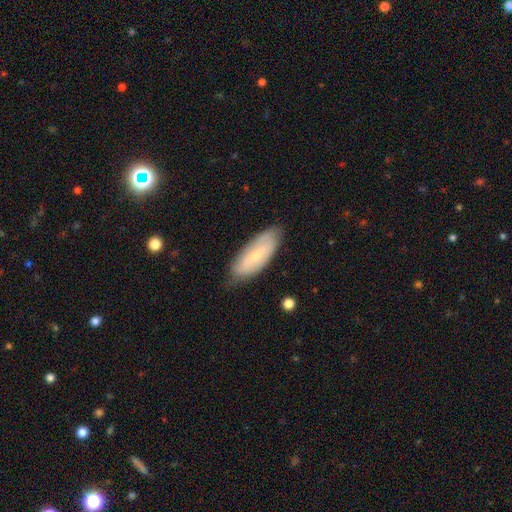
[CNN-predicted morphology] smooth-or-featured: smooth: 50% | featured or disk: 43% | star or artifact: 7%
  merging: none: 78% | minor disturbance: 18% | major disturbance: 3% | merger: 1%